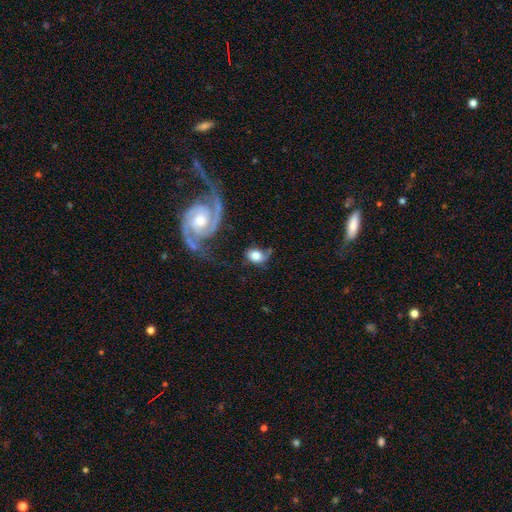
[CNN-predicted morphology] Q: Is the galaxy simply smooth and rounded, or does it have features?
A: smooth — 58%.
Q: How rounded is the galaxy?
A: in between — 59%.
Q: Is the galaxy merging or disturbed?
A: none — 43%.